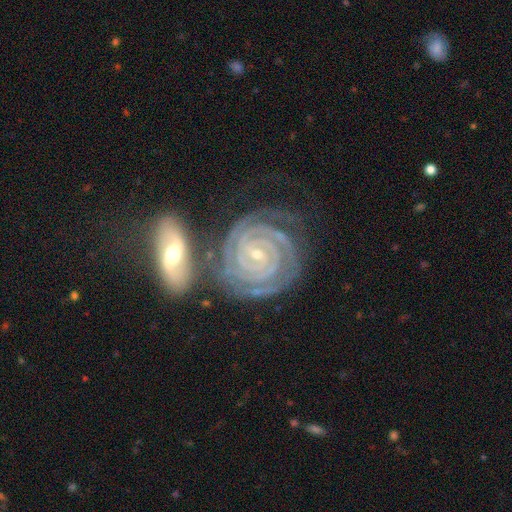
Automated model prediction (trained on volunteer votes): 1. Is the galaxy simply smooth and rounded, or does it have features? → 92% featured or disk, 5% star or artifact, 4% smooth.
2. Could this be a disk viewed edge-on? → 97% no, 3% yes.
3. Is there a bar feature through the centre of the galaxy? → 53% no, 27% weak, 19% strong.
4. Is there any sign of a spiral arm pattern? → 99% yes, 1% no.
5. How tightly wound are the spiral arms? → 89% tight, 9% medium, 1% loose.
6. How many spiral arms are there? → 44% 2, 23% 3, 11% can't tell, 11% 4, 6% more than 4, 5% 1.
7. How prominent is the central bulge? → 77% small, 20% moderate, 1% none, 1% large, 1% dominant.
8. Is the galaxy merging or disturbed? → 67% none, 14% minor disturbance, 13% merger, 5% major disturbance.